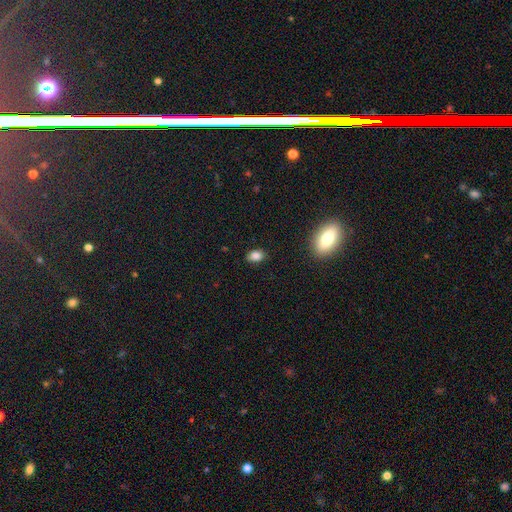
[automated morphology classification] Smooth or featured: smooth — 84% (star or artifact — 11%)
How rounded: in between — 80% (round — 18%)
Merging: none — 84% (minor disturbance — 12%)